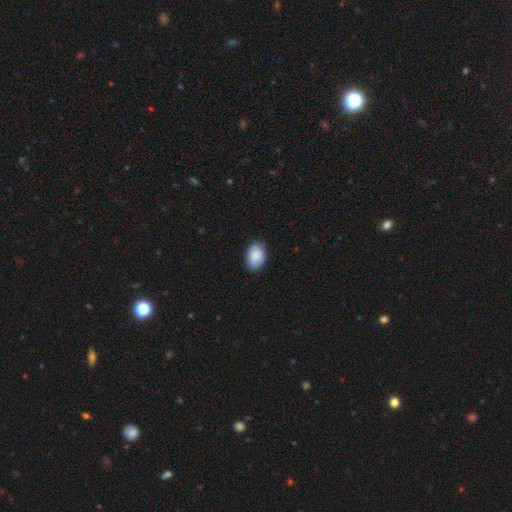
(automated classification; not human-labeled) Morphology: type=smooth (89%); roundness=in between (86%); merging=none (83%).